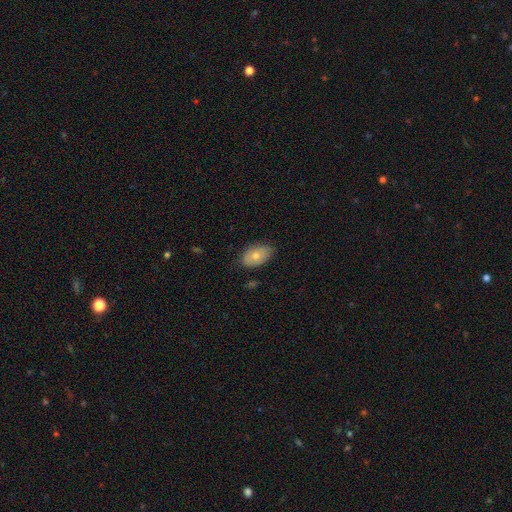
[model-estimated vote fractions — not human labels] Overall: smooth (73%). How rounded: in between (90%). Merging: none (78%).